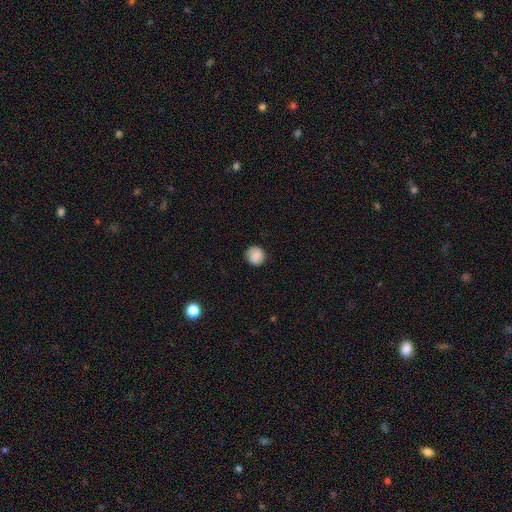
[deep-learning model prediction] Q: Smooth or featured?
A: smooth (88%); runner-up: star or artifact (9%)
Q: How rounded?
A: round (91%); runner-up: in between (8%)
Q: Merging?
A: none (86%); runner-up: minor disturbance (10%)